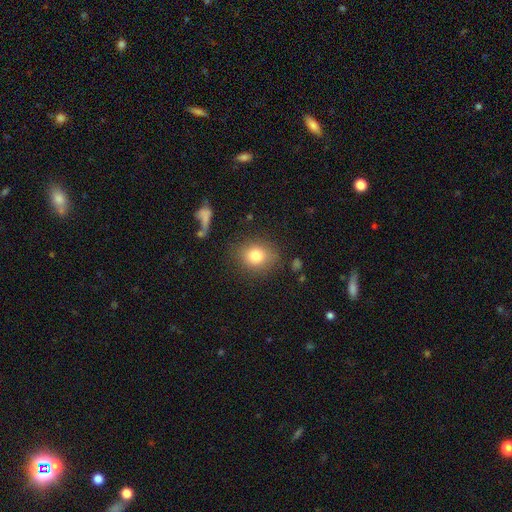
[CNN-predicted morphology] Smooth or featured? smooth (80%)
How rounded? round (70%)
Merging? none (80%)